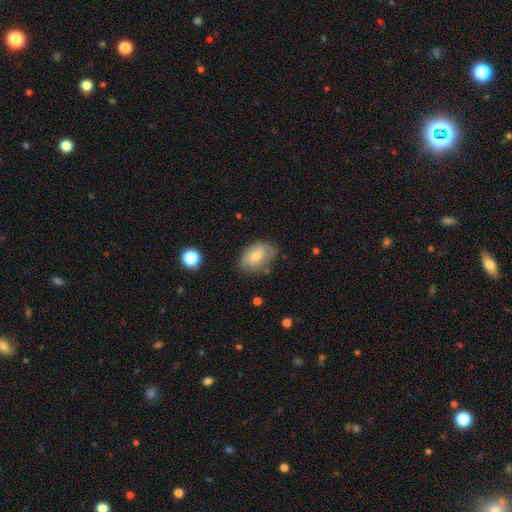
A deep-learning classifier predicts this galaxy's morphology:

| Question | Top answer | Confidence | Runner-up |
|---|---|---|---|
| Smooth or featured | smooth | 64% | featured or disk (28%) |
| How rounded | in between | 85% | round (13%) |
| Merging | none | 68% | minor disturbance (24%) |